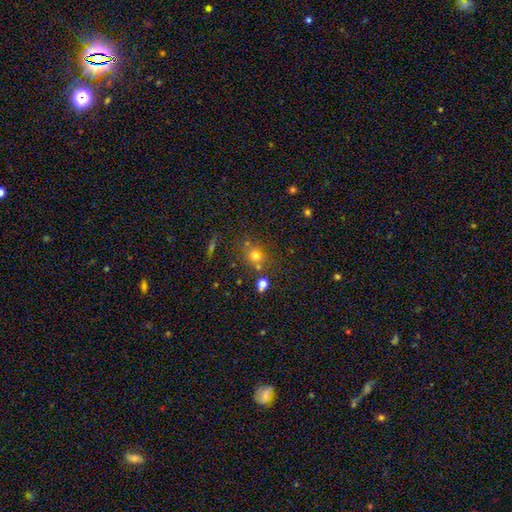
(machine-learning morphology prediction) Smooth or featured?
  - smooth: 67% *
  - star or artifact: 21%
  - featured or disk: 12%
How rounded?
  - round: 79% *
  - in between: 20%
  - cigar-shaped: 1%
Merging?
  - none: 64% *
  - merger: 18%
  - minor disturbance: 12%
  - major disturbance: 5%